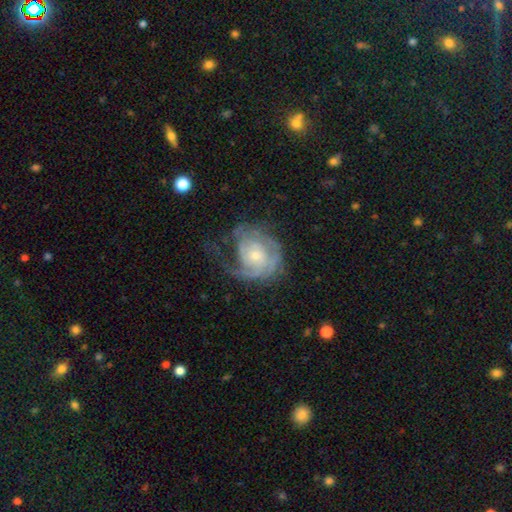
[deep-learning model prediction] Smooth or featured? featured or disk (81%)
Edge-on disk? no (97%)
Bar? no (72%)
Spiral arms? yes (92%)
Spiral winding? tight (53%)
Spiral arm count? can't tell (31%)
Bulge size? small (55%)
Merging? none (47%)